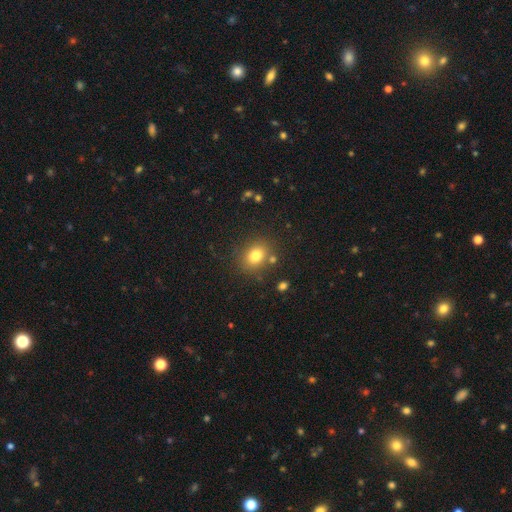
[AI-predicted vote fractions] Q: Smooth or featured?
A: smooth (79%); runner-up: star or artifact (13%)
Q: How rounded?
A: round (59%); runner-up: in between (40%)
Q: Merging?
A: none (80%); runner-up: minor disturbance (10%)